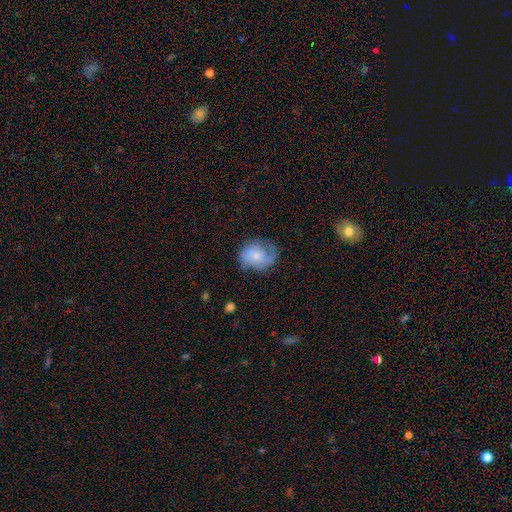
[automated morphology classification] This appears to be a smooth galaxy with no disk features (50%) that is round (58%). Merging: none (56%).